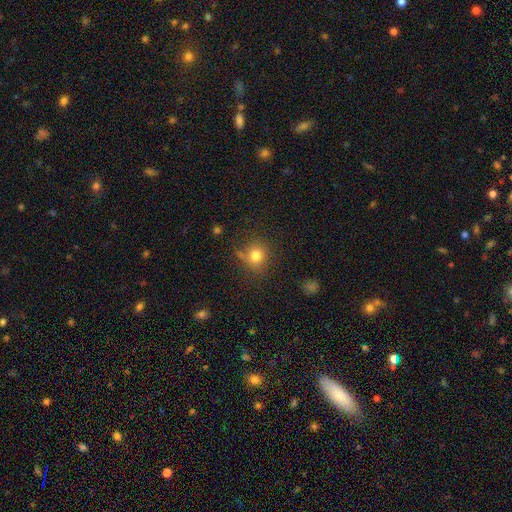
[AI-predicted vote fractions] A smooth galaxy with no disk features (77%) that is round (84%).

Vote fractions:
- Smooth or featured? smooth: 77% / star or artifact: 14% / featured or disk: 8%
- How rounded? round: 84% / in between: 14% / cigar-shaped: 1%
- Merging? none: 72% / minor disturbance: 17% / major disturbance: 7% / merger: 5%